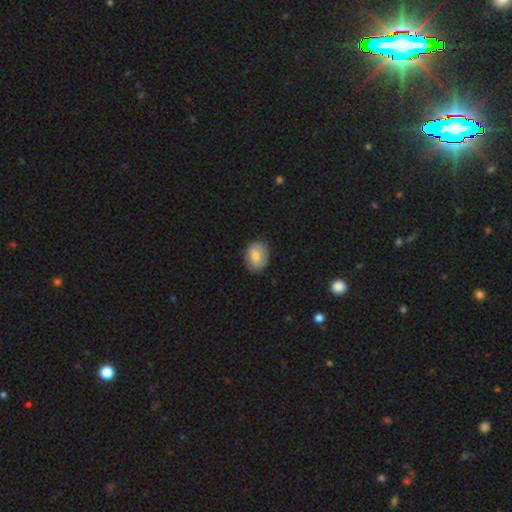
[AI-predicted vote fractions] The model was most divided on "how rounded": in between: 60%, round: 39%, cigar-shaped: 1%. More confident: merging — none (83%); smooth or featured — smooth (79%).